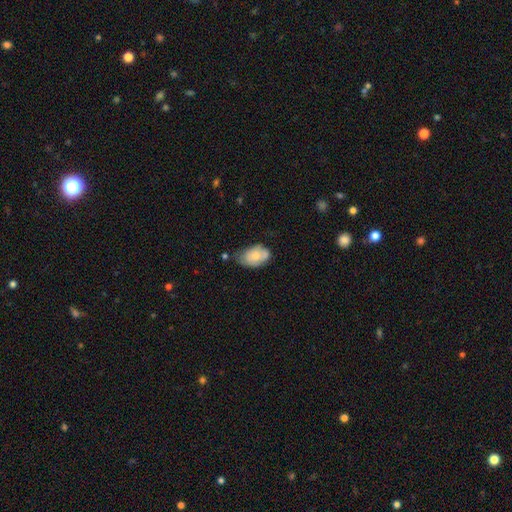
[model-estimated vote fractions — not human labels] Morphology: type=smooth (72%); roundness=in between (90%); merging=none (44%).